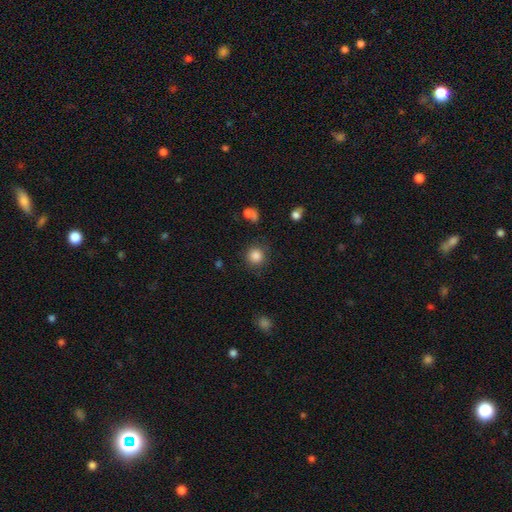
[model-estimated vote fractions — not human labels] Smooth or featured?
  - smooth: 85% *
  - star or artifact: 11%
  - featured or disk: 4%
How rounded?
  - round: 92% *
  - in between: 7%
  - cigar-shaped: 1%
Merging?
  - none: 84% *
  - minor disturbance: 9%
  - major disturbance: 4%
  - merger: 3%